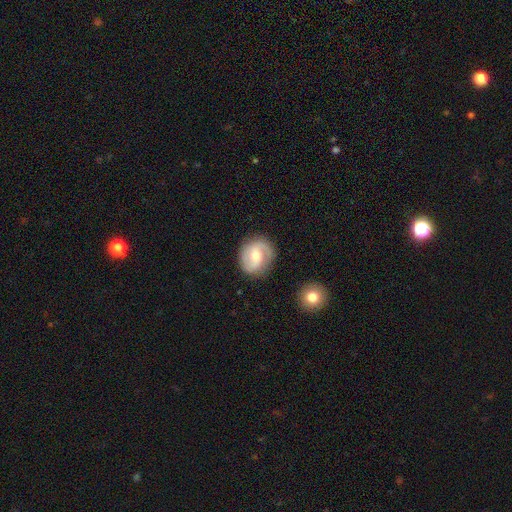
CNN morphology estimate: A featured or disk galaxy (72%) with a weak bar (47%), 2 (84%) medium (48%) spiral arms (91%) and a moderate central bulge (66%). Merging: none (82%).